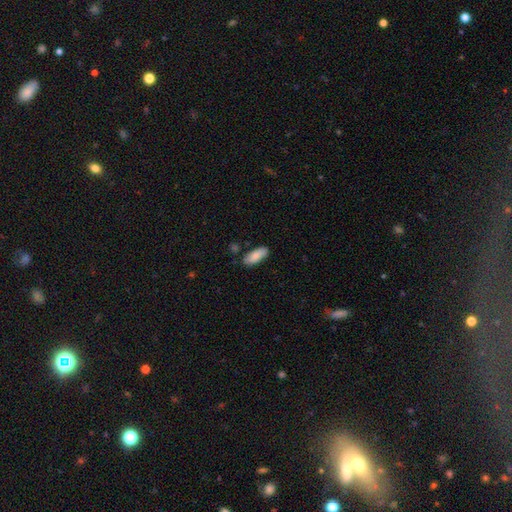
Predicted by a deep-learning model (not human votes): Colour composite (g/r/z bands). It shows a smooth galaxy with no disk features (86%) that is in between round and cigar-shaped (78%). Merging: none (82%).